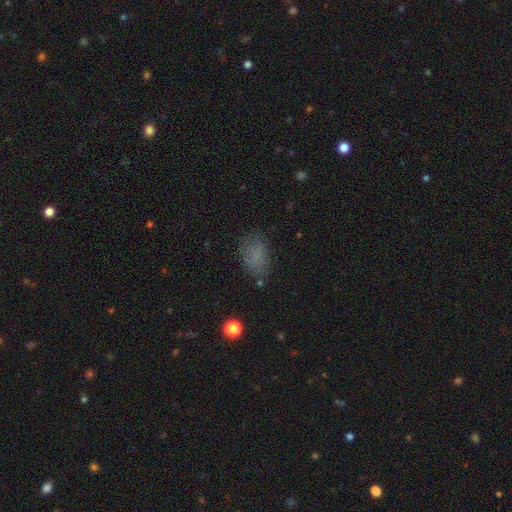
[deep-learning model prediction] Q: Smooth or featured?
A: smooth (77%); runner-up: star or artifact (13%)
Q: How rounded?
A: in between (87%); runner-up: round (11%)
Q: Merging?
A: none (68%); runner-up: minor disturbance (21%)